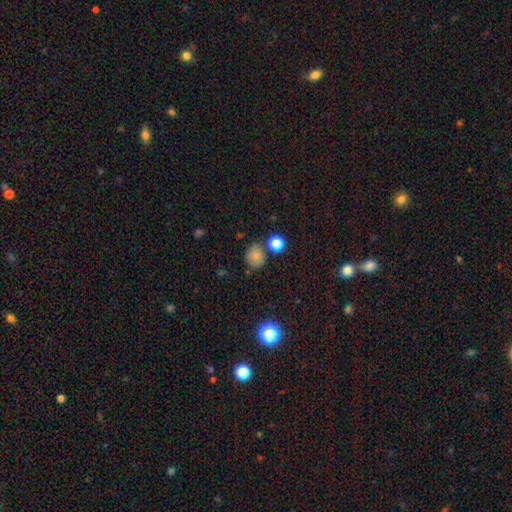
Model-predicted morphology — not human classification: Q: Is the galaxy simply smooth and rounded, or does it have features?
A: smooth — 80%.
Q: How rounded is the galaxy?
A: round — 77%.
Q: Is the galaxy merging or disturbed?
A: none — 72%.